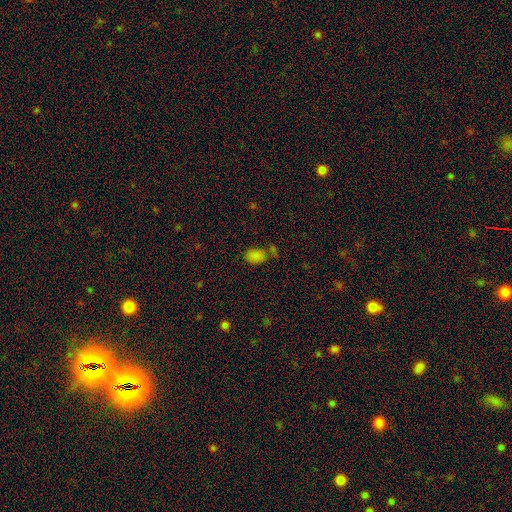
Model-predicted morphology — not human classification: Smooth or featured? smooth (74%)
How rounded? in between (80%)
Merging? none (50%)